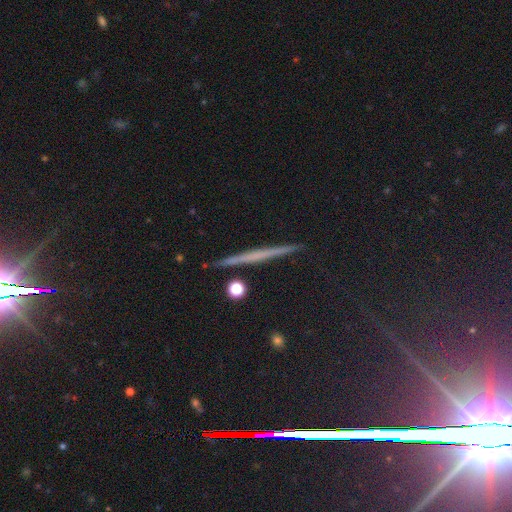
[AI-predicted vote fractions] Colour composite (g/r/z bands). It shows a featured or disk galaxy (49%). Merging: none (90%).